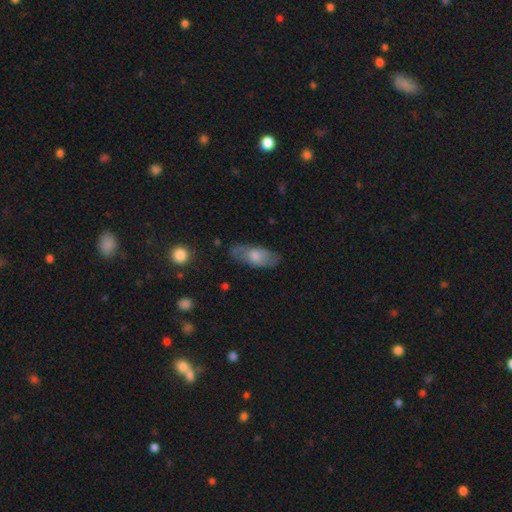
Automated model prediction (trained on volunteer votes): Smooth or featured? Predicted: smooth (p=0.60). How rounded? Predicted: in between (p=0.83). Merging? Predicted: none (p=0.73).